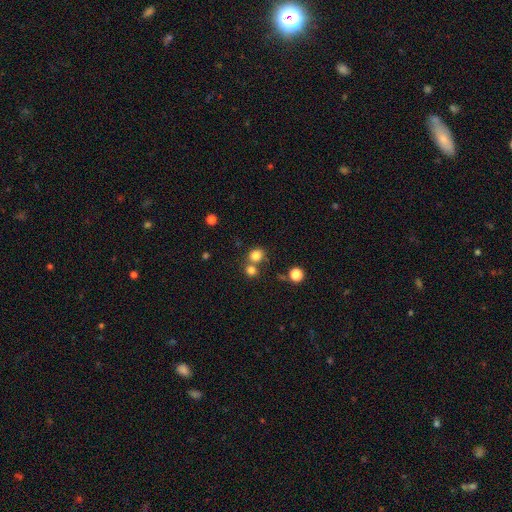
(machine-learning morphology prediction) smooth_or_featured: smooth (p=0.80) [alt: star or artifact p=0.14]
how_rounded: round (p=0.81) [alt: in between p=0.18]
merging: none (p=0.56) [alt: merger p=0.33]